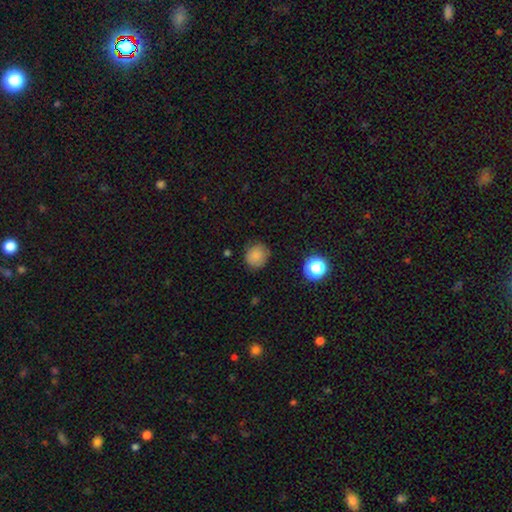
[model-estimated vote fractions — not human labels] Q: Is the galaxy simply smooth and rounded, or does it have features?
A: smooth — 82%.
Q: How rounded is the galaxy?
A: round — 84%.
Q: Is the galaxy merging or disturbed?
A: none — 82%.